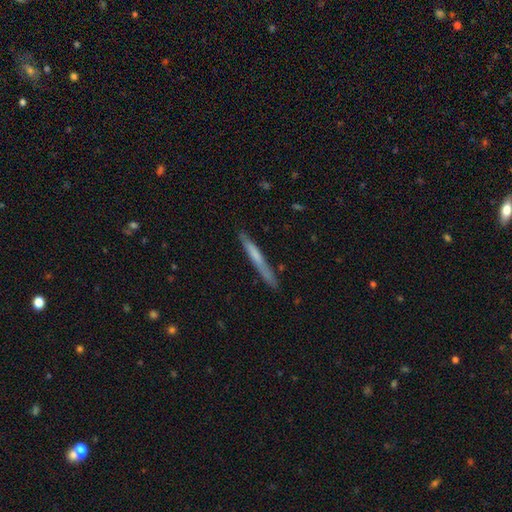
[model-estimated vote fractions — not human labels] smooth 56%, featured or disk 38%, star or artifact 6%. Down the decision tree: how rounded — cigar-shaped (97%); merging — none (85%).